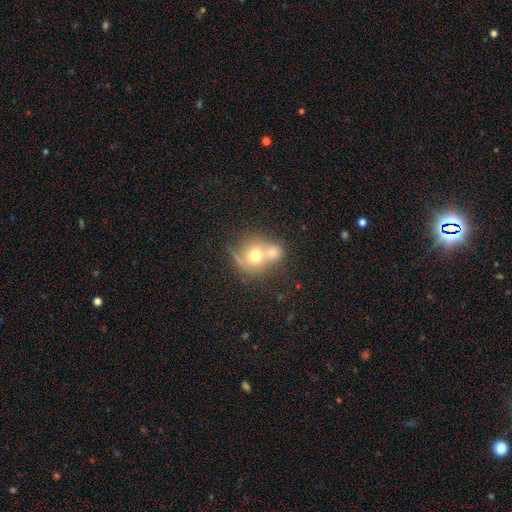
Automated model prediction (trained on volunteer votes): A smooth galaxy with no disk features (60%) that is round (77%). Merging: merger (66%).